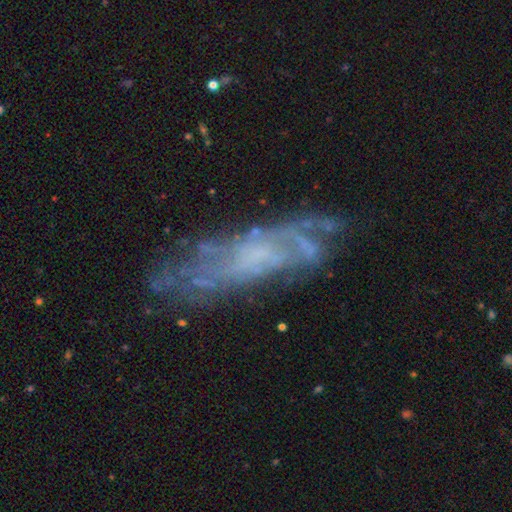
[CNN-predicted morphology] type=featured or disk (71%); edge-on=no (76%); bar=no (69%); spiral arms=yes (72%); bulge=none (49%); merging=none (65%).